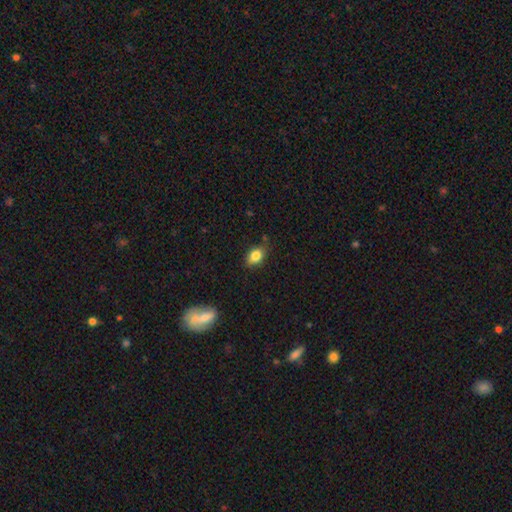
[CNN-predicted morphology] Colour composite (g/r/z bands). It shows a smooth galaxy with no disk features (82%) that is in between round and cigar-shaped (79%). Merging: none (76%).